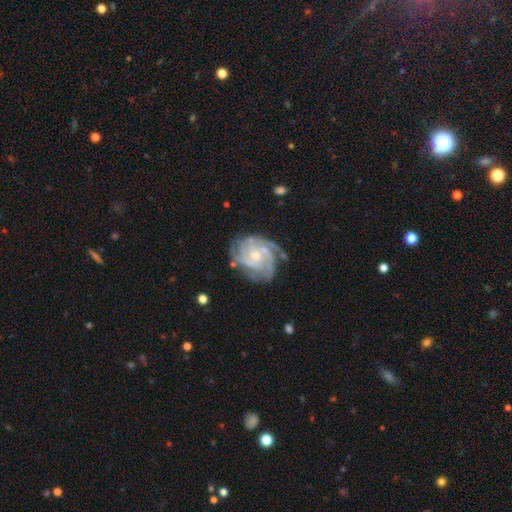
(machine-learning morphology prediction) Smooth or featured?
  - featured or disk: 90% *
  - smooth: 5%
  - star or artifact: 5%
Edge-on disk?
  - no: 98% *
  - yes: 2%
Bar?
  - no: 70% *
  - weak: 25%
  - strong: 5%
Spiral arms?
  - yes: 98% *
  - no: 2%
Spiral winding?
  - tight: 65% *
  - medium: 30%
  - loose: 5%
Spiral arm count?
  - 3: 30% *
  - 4: 27%
  - can't tell: 17%
  - 2: 11%
  - more than 4: 8%
  - 1: 6%
Bulge size?
  - small: 58% *
  - moderate: 38%
  - none: 1%
  - large: 1%
  - dominant: 1%
Merging?
  - none: 71% *
  - minor disturbance: 19%
  - major disturbance: 8%
  - merger: 2%